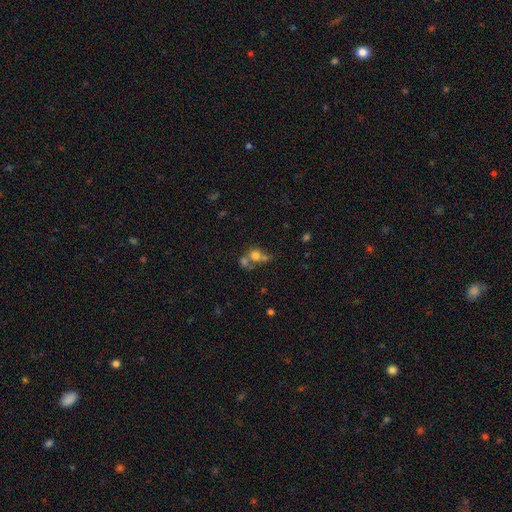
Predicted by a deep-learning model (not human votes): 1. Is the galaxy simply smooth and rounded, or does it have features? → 67% smooth, 17% featured or disk, 16% star or artifact.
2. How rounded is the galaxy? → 75% round, 24% in between, 1% cigar-shaped.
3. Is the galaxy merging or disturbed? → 53% merger, 32% none, 9% minor disturbance, 6% major disturbance.